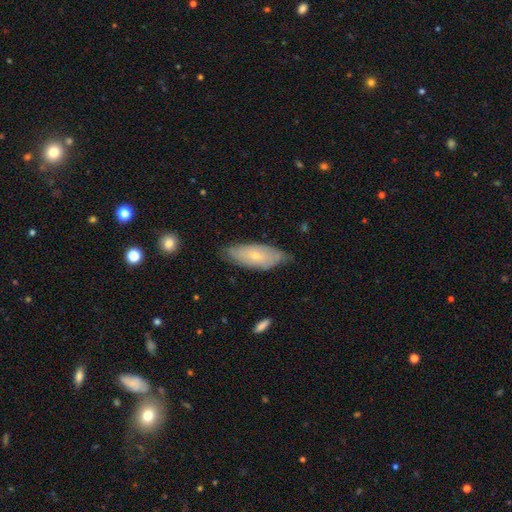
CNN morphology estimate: A smooth galaxy with no disk features (49%). Merging: none (65%).